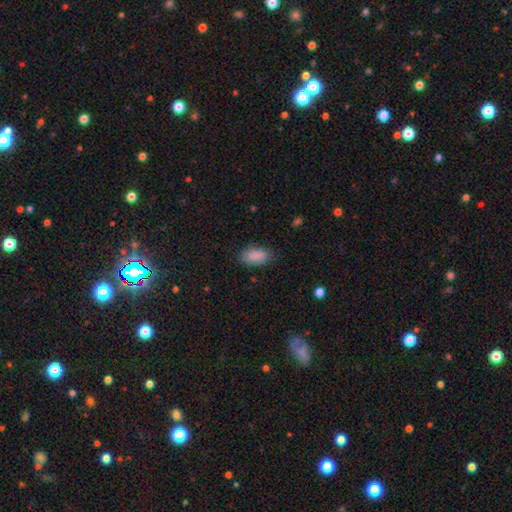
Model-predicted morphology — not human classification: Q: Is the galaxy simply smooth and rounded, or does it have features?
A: smooth — 89%.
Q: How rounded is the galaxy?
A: in between — 92%.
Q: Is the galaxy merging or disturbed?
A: none — 83%.